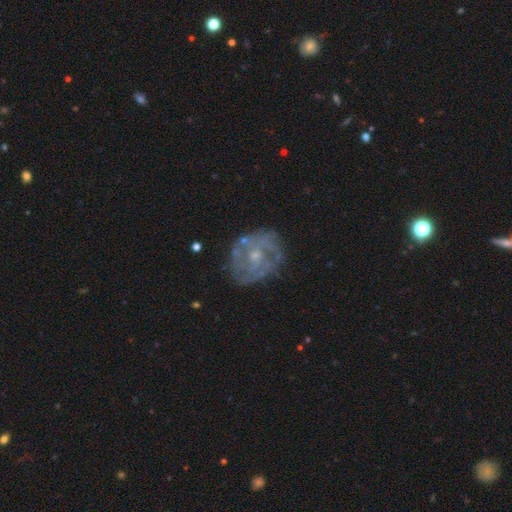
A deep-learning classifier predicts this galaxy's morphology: Smooth or featured? featured or disk (78%)
Edge-on disk? no (98%)
Bar? no (72%)
Spiral arms? yes (75%)
Spiral winding? tight (54%)
Spiral arm count? can't tell (44%)
Bulge size? small (59%)
Merging? none (73%)